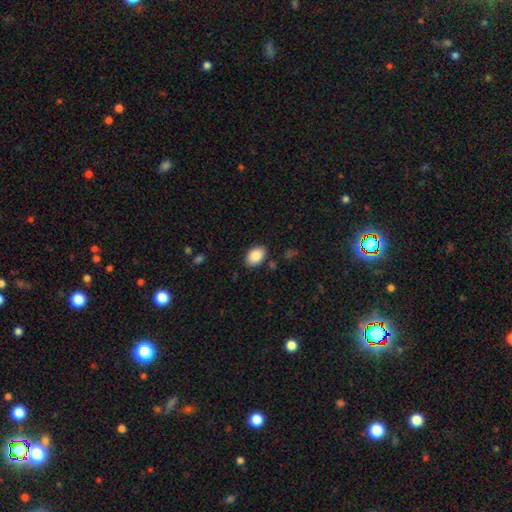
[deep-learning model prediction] smooth 89%, star or artifact 7%, featured or disk 4%. Down the decision tree: how rounded — in between (88%); merging — none (84%).